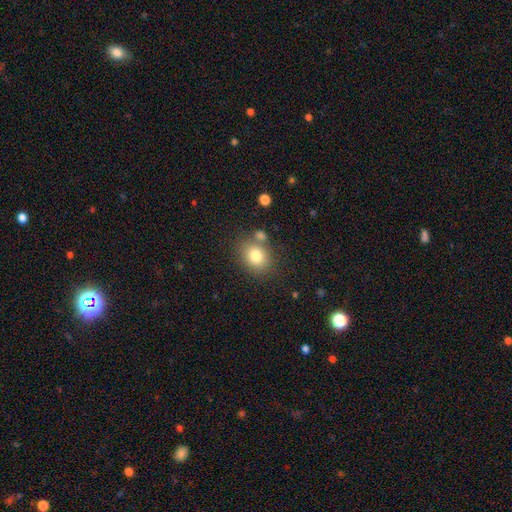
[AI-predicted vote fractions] Smooth or featured? smooth (79%)
How rounded? round (53%)
Merging? none (69%)